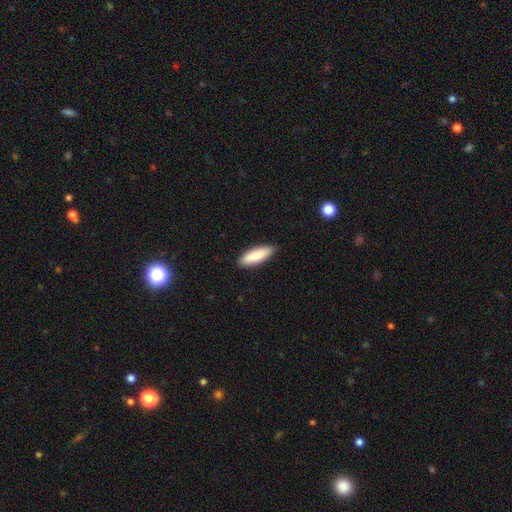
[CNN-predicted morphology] The model was most divided on "how rounded": in between: 57%, cigar-shaped: 41%, round: 2%. More confident: merging — none (89%); smooth or featured — smooth (88%).